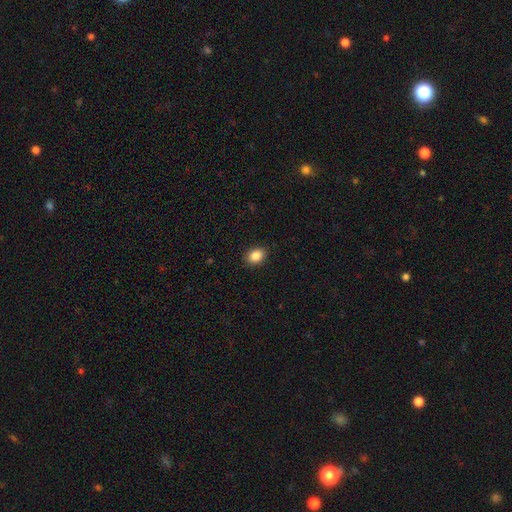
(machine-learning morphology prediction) Q: Smooth or featured?
A: smooth (88%); runner-up: star or artifact (8%)
Q: How rounded?
A: in between (72%); runner-up: round (27%)
Q: Merging?
A: none (89%); runner-up: minor disturbance (8%)